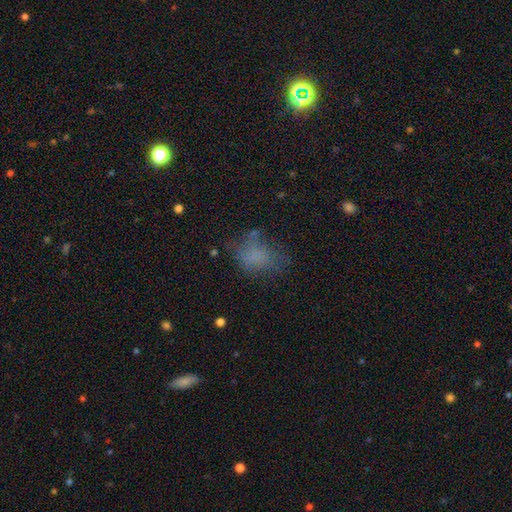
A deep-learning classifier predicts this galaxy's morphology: A smooth galaxy with no disk features (65%) that is in between round and cigar-shaped (70%).

Vote fractions:
- Smooth or featured? smooth: 65% / featured or disk: 18% / star or artifact: 17%
- How rounded? in between: 70% / round: 28% / cigar-shaped: 2%
- Merging? none: 46% / minor disturbance: 26% / major disturbance: 24% / merger: 4%